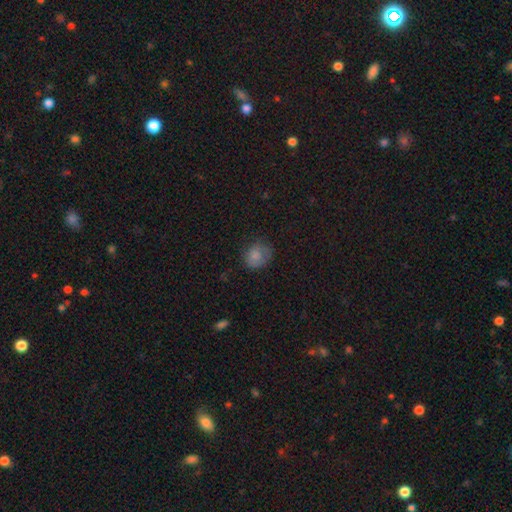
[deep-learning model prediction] Morphology: type=smooth (81%); roundness=round (66%); merging=none (64%).